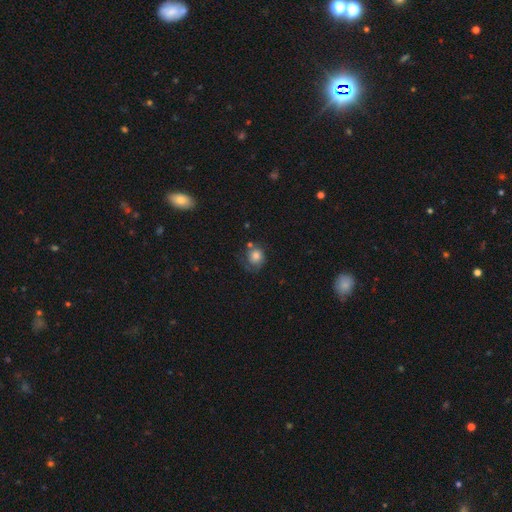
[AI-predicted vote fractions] A smooth galaxy with no disk features (66%) that is round (78%). Merging: none (50%).